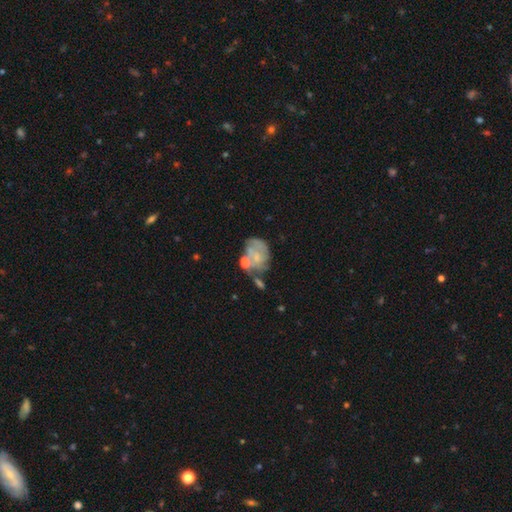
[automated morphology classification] type=featured or disk (61%); edge-on=no (98%); bar=no (77%); spiral arms=yes (55%); bulge=small (43%); merging=none (33%).